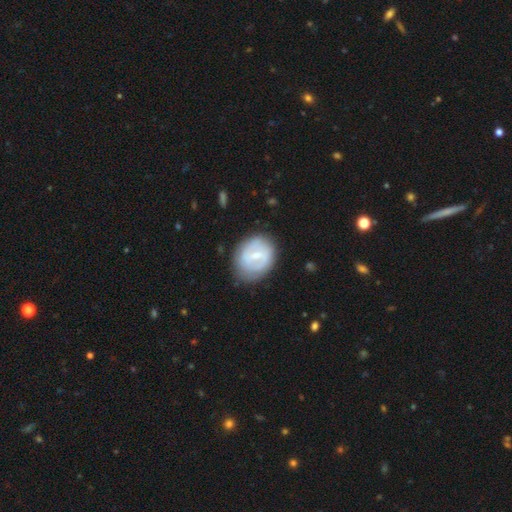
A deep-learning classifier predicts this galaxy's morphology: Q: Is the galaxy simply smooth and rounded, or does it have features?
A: featured or disk — 59%.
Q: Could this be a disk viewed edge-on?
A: no — 96%.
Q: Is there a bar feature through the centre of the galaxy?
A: weak — 50%.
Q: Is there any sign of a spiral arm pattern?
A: no — 54%.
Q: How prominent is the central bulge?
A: small — 52%.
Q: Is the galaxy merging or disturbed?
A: none — 74%.